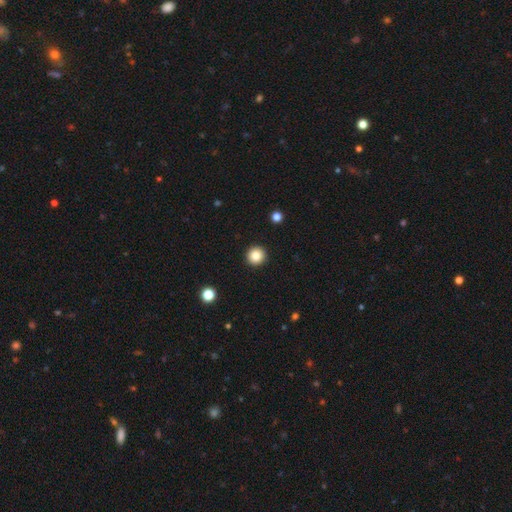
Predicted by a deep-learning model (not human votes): smooth-or-featured: smooth: 84% | star or artifact: 10% | featured or disk: 6%
  how-rounded: round: 96% | in between: 3% | cigar-shaped: 1%
  merging: none: 93% | minor disturbance: 4% | major disturbance: 1% | merger: 1%